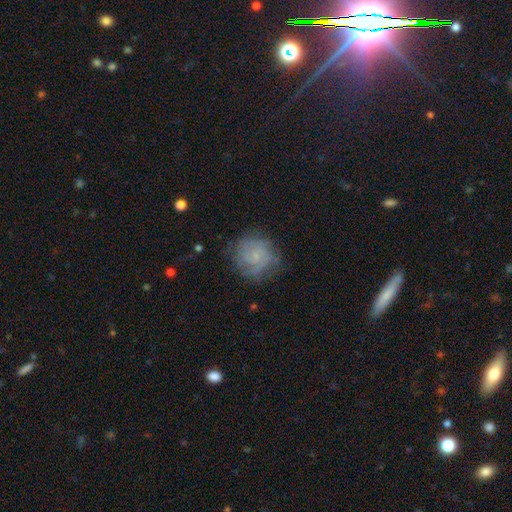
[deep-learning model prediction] Smooth or featured? featured or disk (51%)
Edge-on disk? no (98%)
Merging? none (70%)